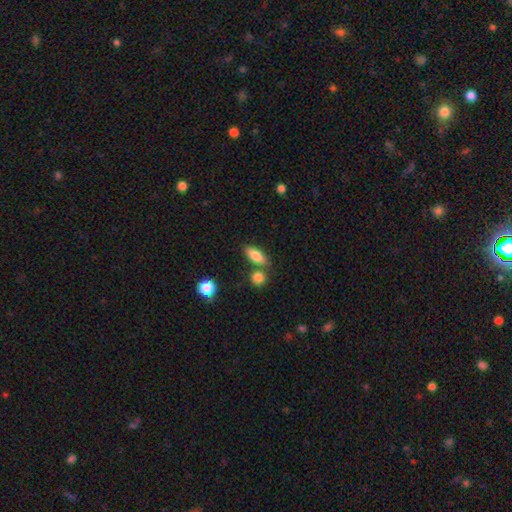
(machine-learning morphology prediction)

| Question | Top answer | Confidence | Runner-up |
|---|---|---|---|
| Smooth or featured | smooth | 82% | featured or disk (11%) |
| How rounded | in between | 76% | cigar-shaped (19%) |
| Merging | none | 68% | merger (16%) |